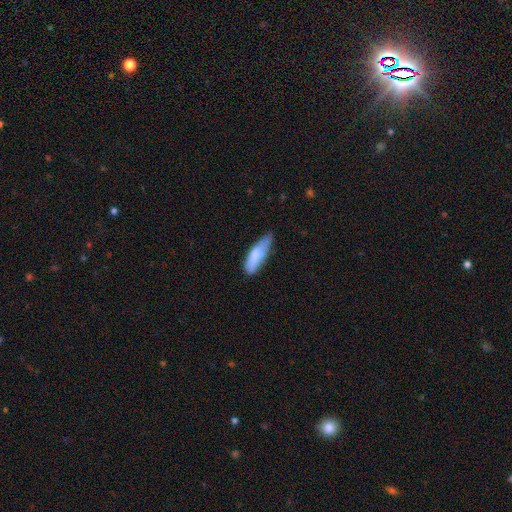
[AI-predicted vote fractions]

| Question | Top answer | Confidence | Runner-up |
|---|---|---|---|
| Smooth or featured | smooth | 79% | featured or disk (15%) |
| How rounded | in between | 53% | cigar-shaped (46%) |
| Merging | minor disturbance | 43% | none (42%) |